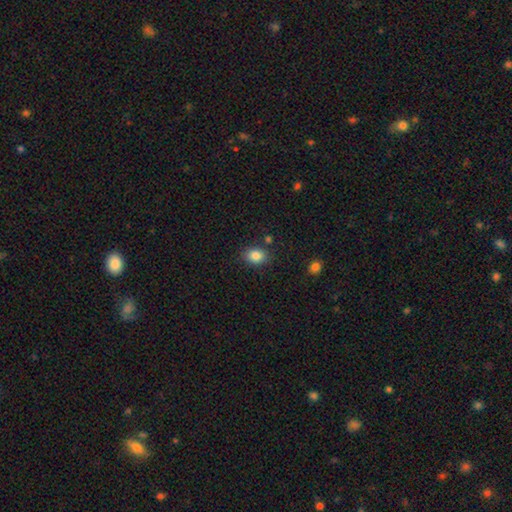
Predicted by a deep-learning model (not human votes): The model was most divided on "how rounded": in between: 59%, round: 41%, cigar-shaped: 1%. More confident: smooth or featured — smooth (85%); merging — none (82%).